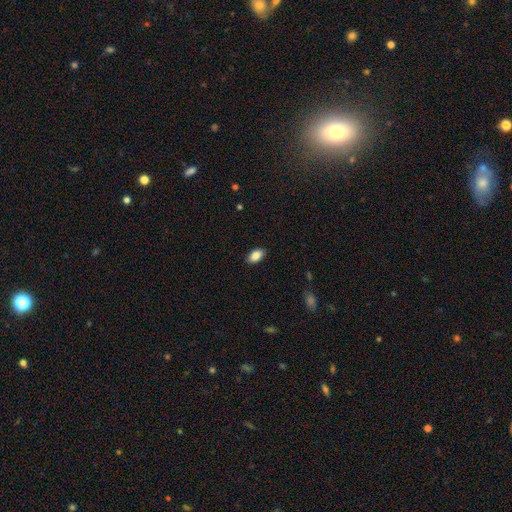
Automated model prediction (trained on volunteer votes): smooth 88%, star or artifact 7%, featured or disk 5%. Down the decision tree: how rounded — in between (93%); merging — none (87%).